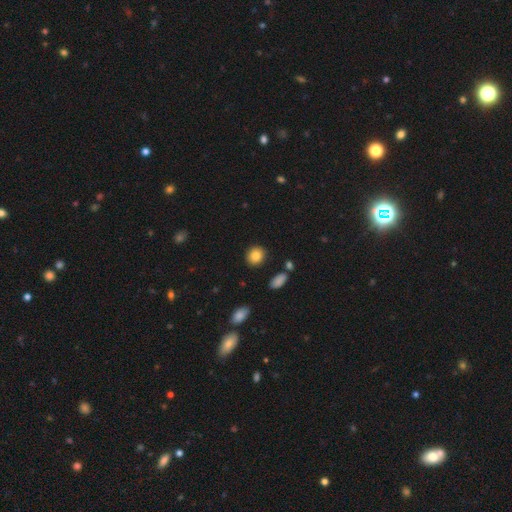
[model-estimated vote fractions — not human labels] Smooth or featured? smooth (84%)
How rounded? round (80%)
Merging? none (88%)